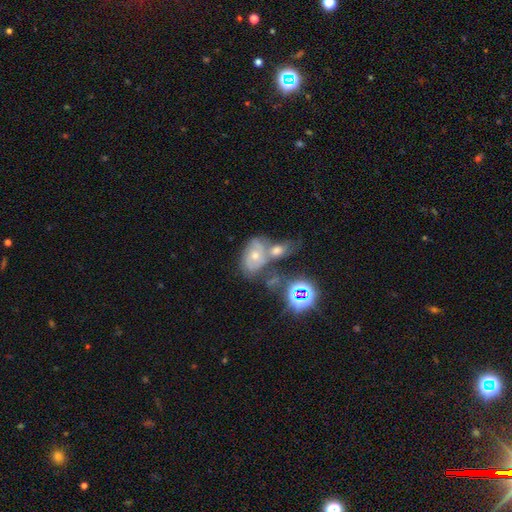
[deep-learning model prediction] Smooth or featured?
  - featured or disk: 47% *
  - star or artifact: 29%
  - smooth: 24%
Merging?
  - none: 41% *
  - merger: 36%
  - minor disturbance: 14%
  - major disturbance: 8%